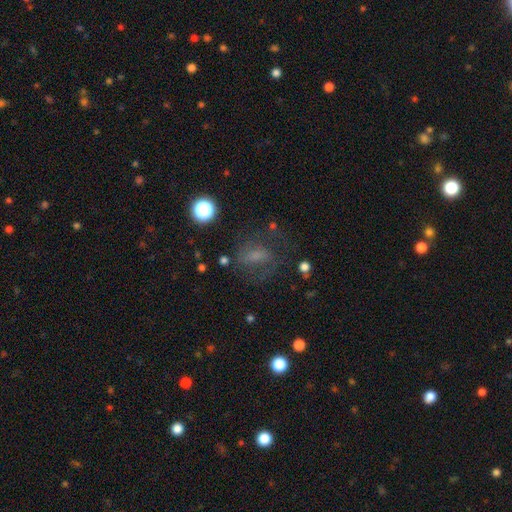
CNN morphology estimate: smooth 43%, featured or disk 36%, star or artifact 21%. Down the decision tree: merging — none (58%).